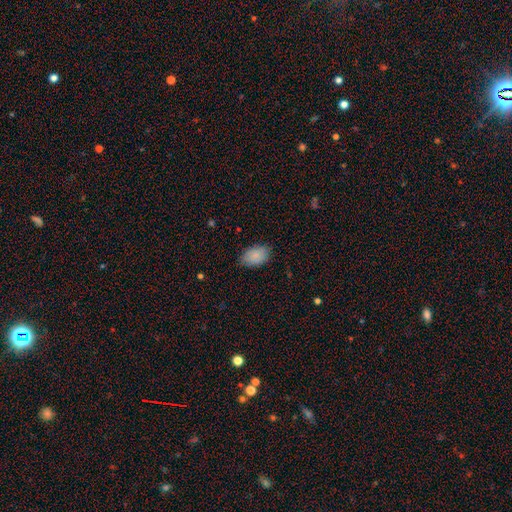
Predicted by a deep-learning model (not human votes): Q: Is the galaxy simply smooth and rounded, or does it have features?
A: smooth — 88%.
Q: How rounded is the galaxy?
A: in between — 90%.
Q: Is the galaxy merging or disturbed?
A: none — 80%.